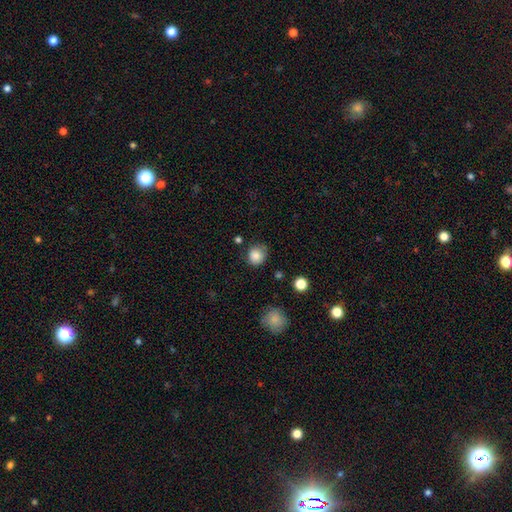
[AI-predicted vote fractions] A smooth galaxy with no disk features (85%) that is round (84%).

Vote fractions:
- Smooth or featured? smooth: 85% / star or artifact: 10% / featured or disk: 6%
- How rounded? round: 84% / in between: 15% / cigar-shaped: 1%
- Merging? none: 70% / minor disturbance: 22% / major disturbance: 6% / merger: 3%